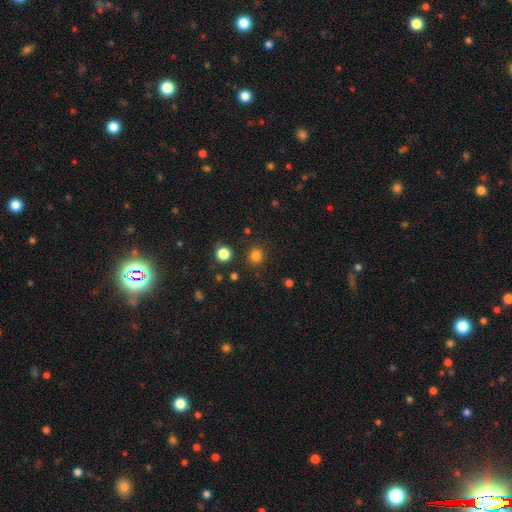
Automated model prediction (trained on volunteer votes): smooth_or_featured: smooth (p=0.81) [alt: star or artifact p=0.15]
how_rounded: round (p=0.89) [alt: in between p=0.10]
merging: none (p=0.88) [alt: minor disturbance p=0.07]